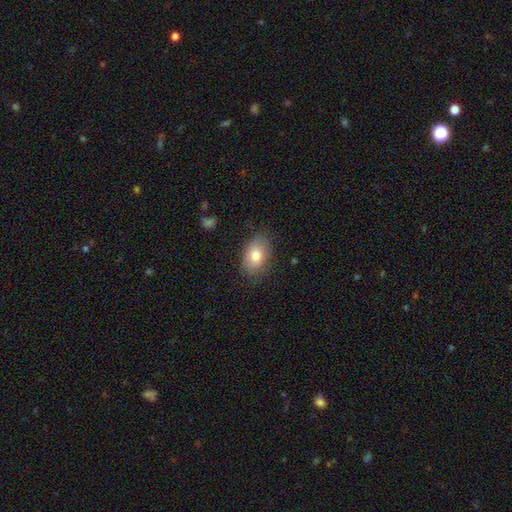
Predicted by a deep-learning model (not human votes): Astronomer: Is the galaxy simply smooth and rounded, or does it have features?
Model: smooth — 79%.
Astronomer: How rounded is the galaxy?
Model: in between — 86%.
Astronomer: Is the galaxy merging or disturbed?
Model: none — 80%.